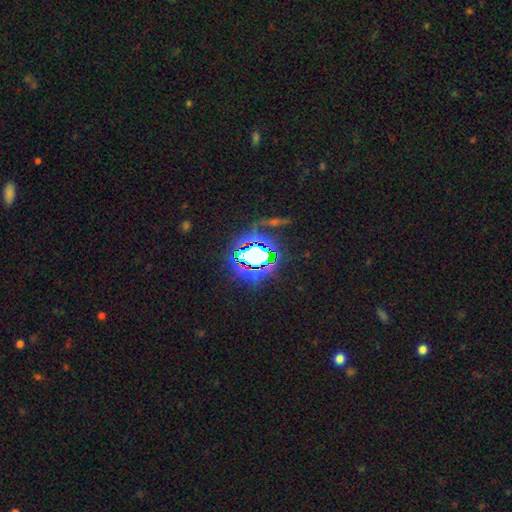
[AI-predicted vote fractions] Smooth or featured? Predicted: star or artifact (p=0.64).